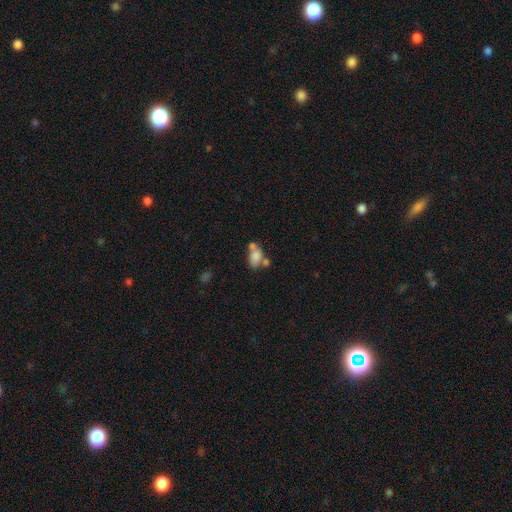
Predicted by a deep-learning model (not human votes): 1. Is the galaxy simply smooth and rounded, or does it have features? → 74% smooth, 16% featured or disk, 10% star or artifact.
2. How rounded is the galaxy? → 85% in between, 13% round, 2% cigar-shaped.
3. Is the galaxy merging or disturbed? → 46% merger, 31% none, 15% minor disturbance, 8% major disturbance.